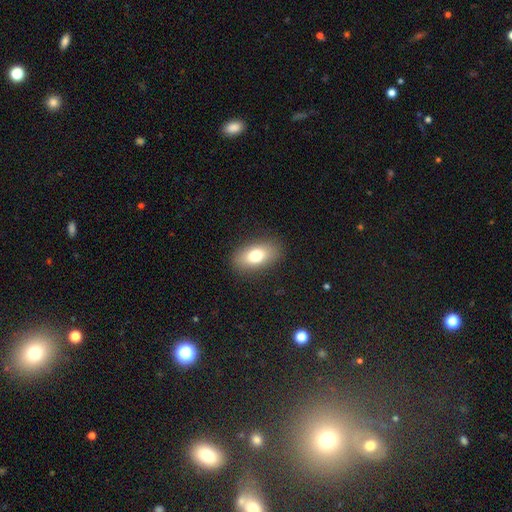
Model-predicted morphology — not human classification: smooth_or_featured: smooth (p=0.76) [alt: featured or disk p=0.15]
how_rounded: in between (p=0.89) [alt: round p=0.07]
merging: none (p=0.87) [alt: minor disturbance p=0.09]